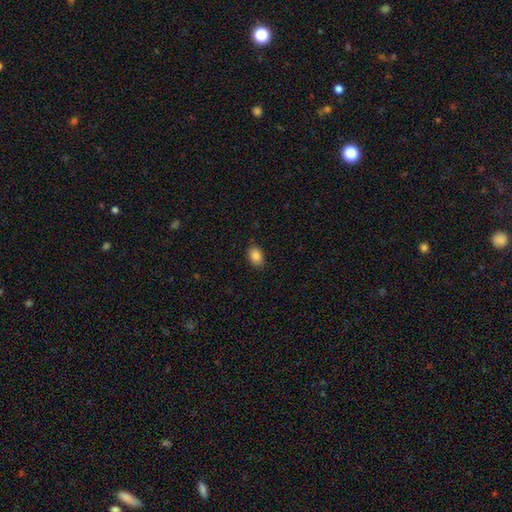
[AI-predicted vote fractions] The model was most divided on "how rounded": in between: 73%, round: 26%, cigar-shaped: 1%. More confident: merging — none (88%); smooth or featured — smooth (87%).